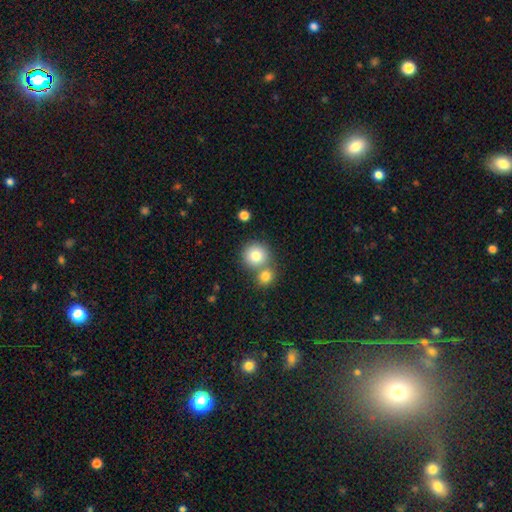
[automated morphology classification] The model was most divided on "merging": none: 54%, merger: 37%, minor disturbance: 7%, major disturbance: 2%. More confident: how rounded — round (91%); smooth or featured — smooth (80%).